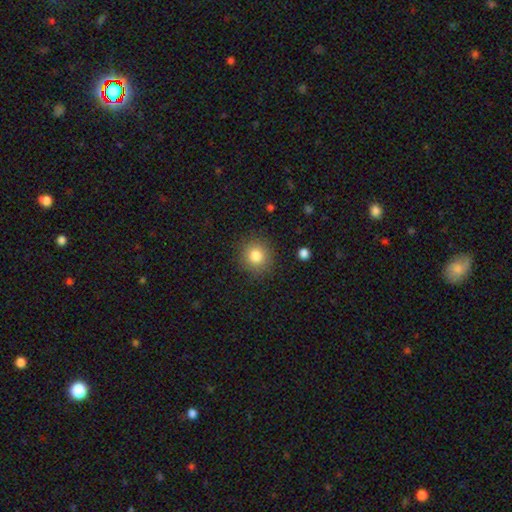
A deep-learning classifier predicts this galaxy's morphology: smooth-or-featured: smooth: 82% | star or artifact: 11% | featured or disk: 7%
  how-rounded: round: 90% | in between: 9% | cigar-shaped: 1%
  merging: none: 88% | minor disturbance: 8% | major disturbance: 3% | merger: 1%